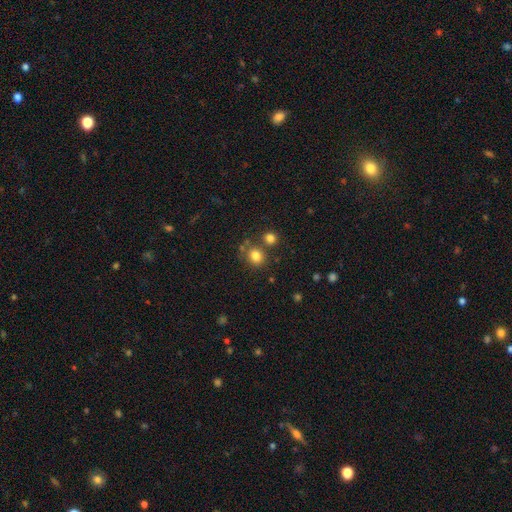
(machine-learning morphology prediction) type=smooth (80%); roundness=round (80%); merging=none (72%).